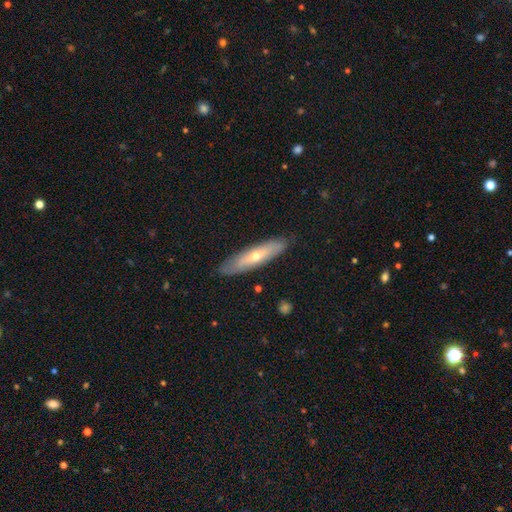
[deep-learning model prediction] Overall: featured or disk (48%; smooth 45%). Merging: none (86%).